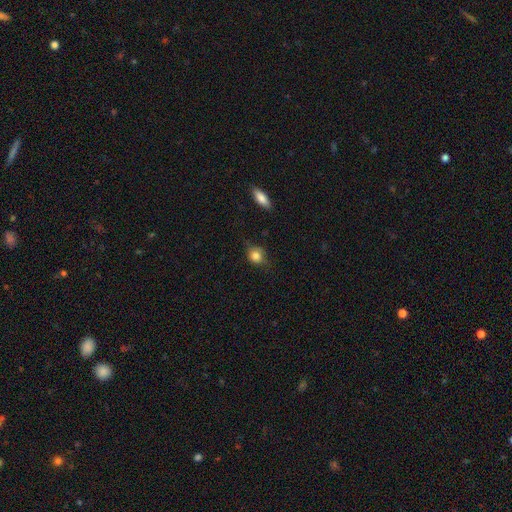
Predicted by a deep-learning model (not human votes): smooth_or_featured: smooth (p=0.83) [alt: star or artifact p=0.09]
how_rounded: round (p=0.71) [alt: in between p=0.27]
merging: none (p=0.64) [alt: minor disturbance p=0.28]